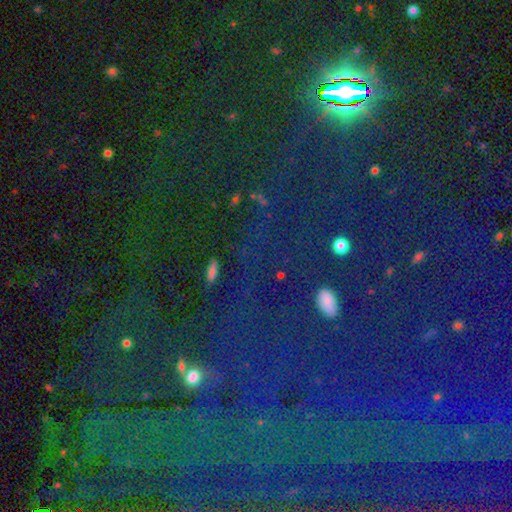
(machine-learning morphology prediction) type=star or artifact (81%).